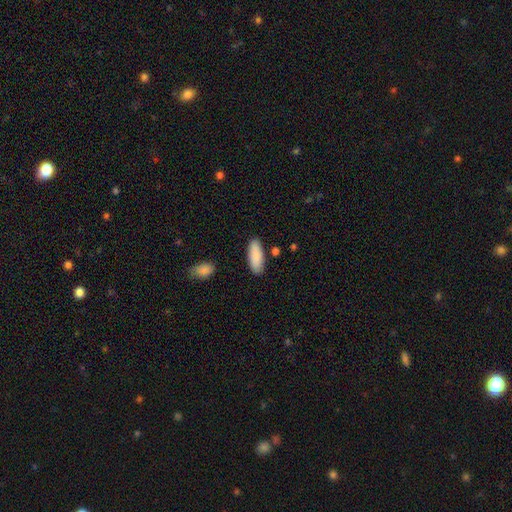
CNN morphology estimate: This appears to be a smooth galaxy with no disk features (89%) that is in between round and cigar-shaped (76%). Merging: none (84%).